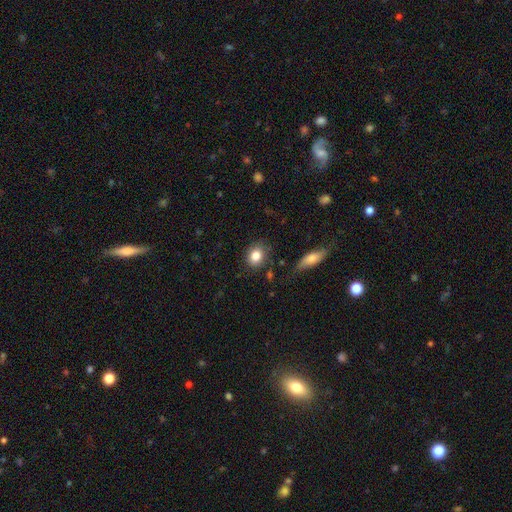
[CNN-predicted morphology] A smooth galaxy with no disk features (83%) that is round (58%).

Vote fractions:
- Smooth or featured? smooth: 83% / star or artifact: 9% / featured or disk: 8%
- How rounded? round: 58% / in between: 40% / cigar-shaped: 2%
- Merging? none: 80% / minor disturbance: 14% / major disturbance: 3% / merger: 3%